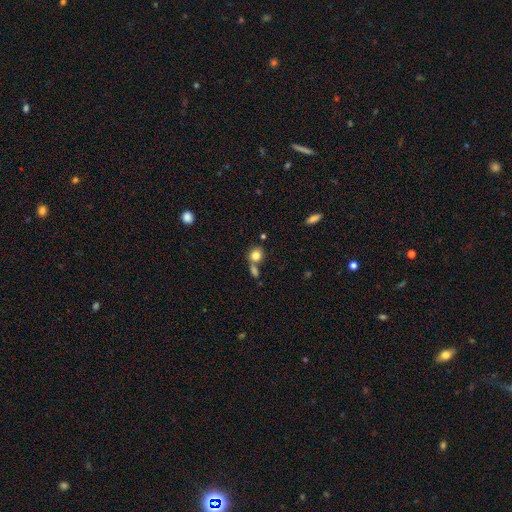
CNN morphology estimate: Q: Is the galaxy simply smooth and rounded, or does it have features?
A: smooth — 82%.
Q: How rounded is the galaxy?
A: round — 73%.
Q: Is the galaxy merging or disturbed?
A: none — 54%.